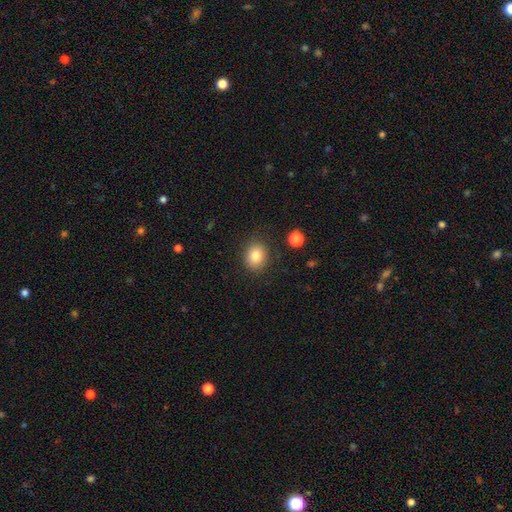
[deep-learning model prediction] smooth-or-featured: smooth: 82% | star or artifact: 10% | featured or disk: 7%
  how-rounded: round: 62% | in between: 37% | cigar-shaped: 1%
  merging: none: 86% | minor disturbance: 10% | major disturbance: 3% | merger: 2%